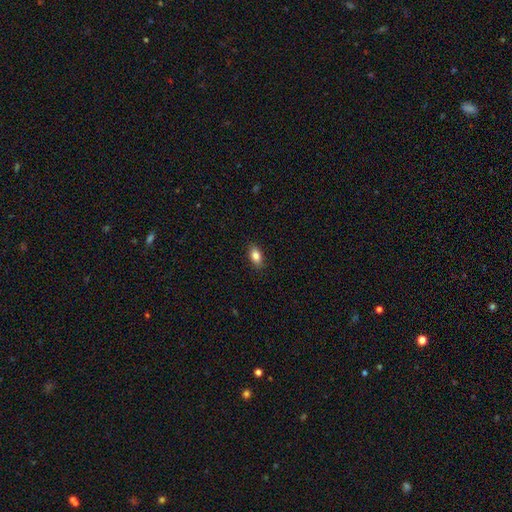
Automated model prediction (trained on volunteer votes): This is clearly a smooth galaxy (85%). How rounded: clearly in between (88%). Merging: clearly none (88%).